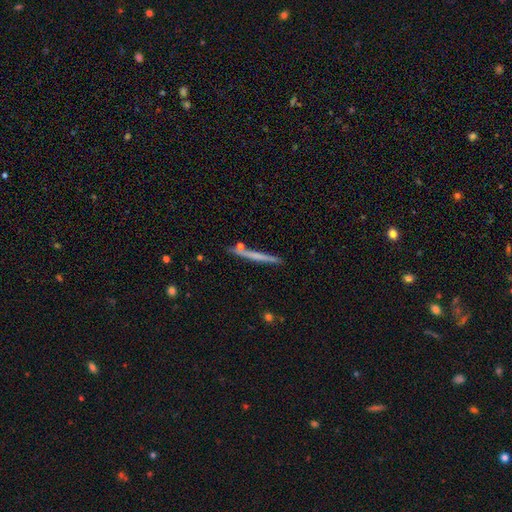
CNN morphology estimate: This is possibly a smooth galaxy (52%). How rounded: clearly cigar-shaped (97%). Merging: clearly none (84%).